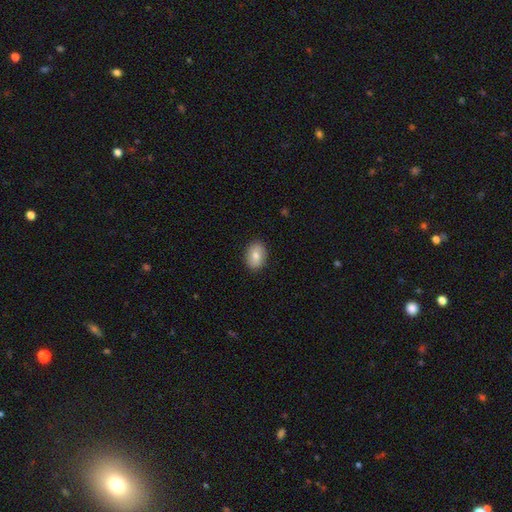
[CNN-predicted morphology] The model was most divided on "how rounded": in between: 72%, round: 27%, cigar-shaped: 1%. More confident: merging — none (89%); smooth or featured — smooth (78%).